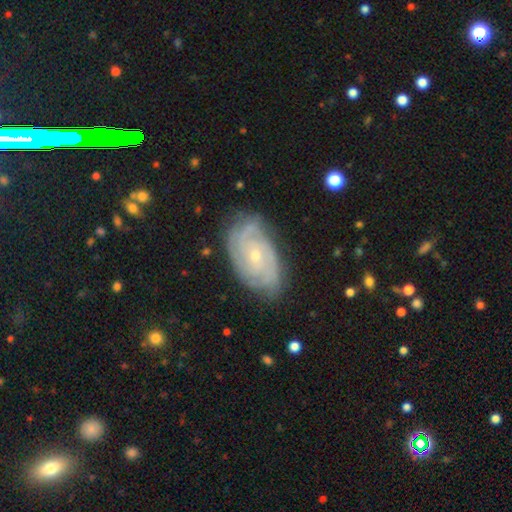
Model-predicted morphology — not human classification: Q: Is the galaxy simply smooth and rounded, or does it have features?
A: featured or disk — 84%.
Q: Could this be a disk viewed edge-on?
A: no — 96%.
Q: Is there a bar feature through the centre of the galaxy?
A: no — 74%.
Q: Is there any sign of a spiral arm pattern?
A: yes — 96%.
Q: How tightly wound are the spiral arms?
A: tight — 72%.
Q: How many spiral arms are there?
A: can't tell — 27%.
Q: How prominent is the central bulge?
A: small — 68%.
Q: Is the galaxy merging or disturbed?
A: none — 78%.